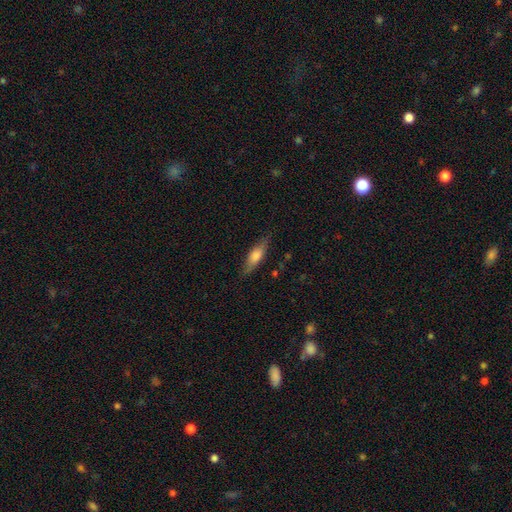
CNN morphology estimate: This appears to be a smooth galaxy with no disk features (64%) that is cigar-shaped (51%). Merging: none (80%).